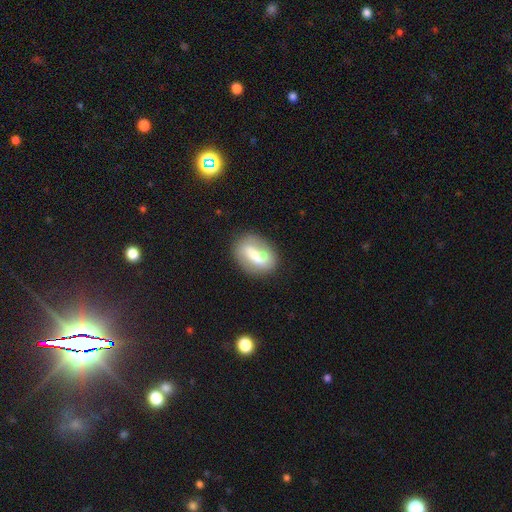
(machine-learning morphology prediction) Smooth or featured? Predicted: smooth (p=0.57). How rounded? Predicted: in between (p=0.79). Merging? Predicted: none (p=0.69).